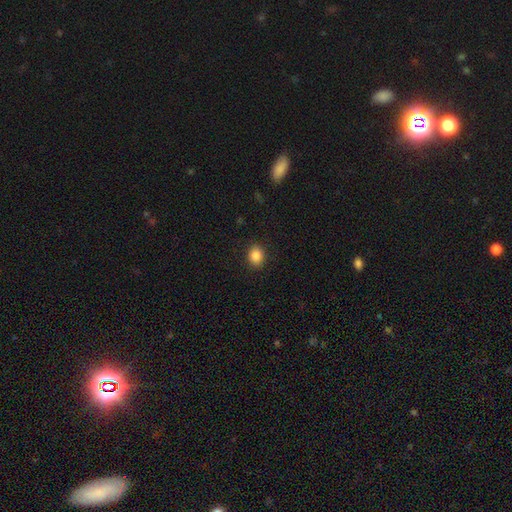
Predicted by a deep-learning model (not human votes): Smooth or featured?
  - smooth: 87% *
  - star or artifact: 9%
  - featured or disk: 4%
How rounded?
  - round: 50% * (tied)
  - in between: 50% * (tied)
  - cigar-shaped: 1%
Merging?
  - none: 90% *
  - minor disturbance: 7%
  - major disturbance: 2%
  - merger: 1%